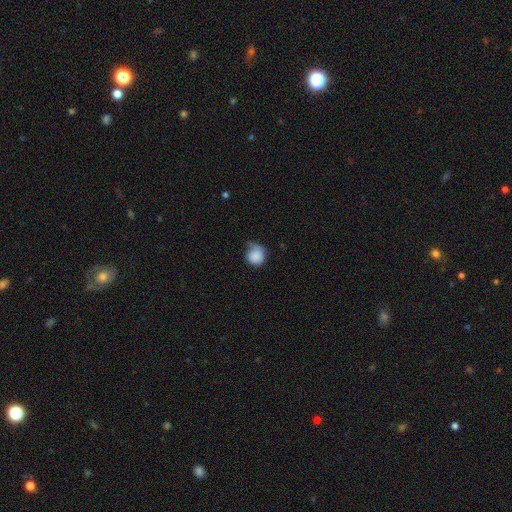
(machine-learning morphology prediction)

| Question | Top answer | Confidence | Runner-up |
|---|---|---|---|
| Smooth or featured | smooth | 85% | featured or disk (8%) |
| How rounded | round | 86% | in between (13%) |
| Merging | minor disturbance | 39% | none (36%) |